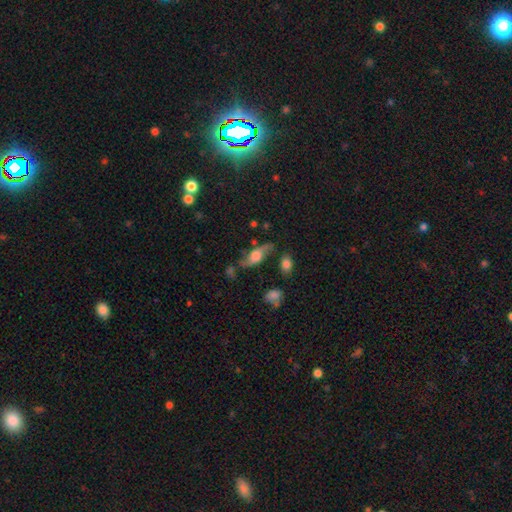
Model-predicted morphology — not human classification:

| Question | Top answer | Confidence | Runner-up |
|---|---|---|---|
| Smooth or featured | featured or disk | 60% | smooth (32%) |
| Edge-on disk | no | 68% | yes (32%) |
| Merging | none | 64% | minor disturbance (21%) |